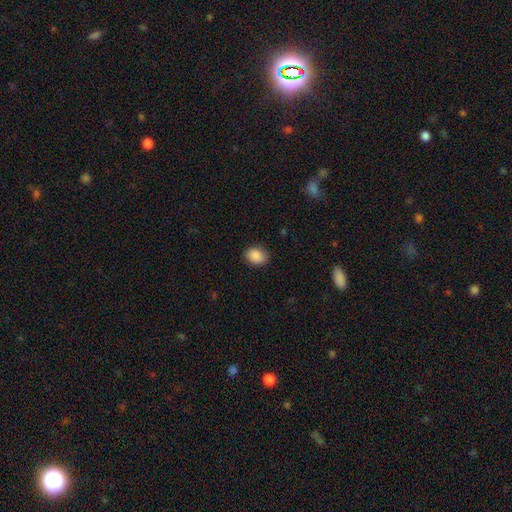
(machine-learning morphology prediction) Smooth or featured? Predicted: smooth (p=0.89). How rounded? Predicted: in between (p=0.60). Merging? Predicted: none (p=0.84).